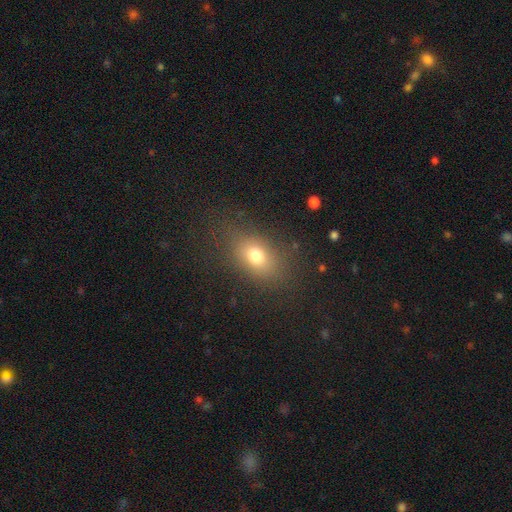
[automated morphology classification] Smooth or featured: smooth — 75% (star or artifact — 13%)
How rounded: in between — 75% (round — 22%)
Merging: none — 77% (minor disturbance — 14%)